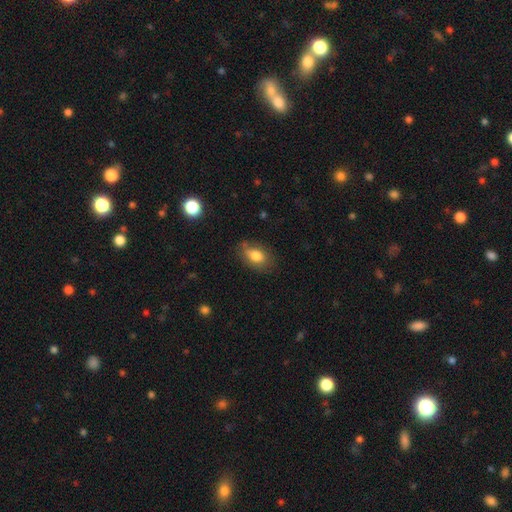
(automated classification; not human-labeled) Smooth or featured? smooth (79%)
How rounded? in between (84%)
Merging? none (67%)